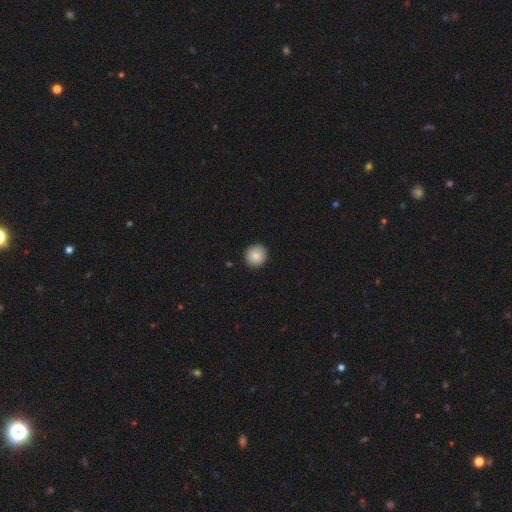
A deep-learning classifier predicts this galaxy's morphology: Smooth or featured? Predicted: smooth (p=0.85). How rounded? Predicted: round (p=0.93). Merging? Predicted: none (p=0.91).